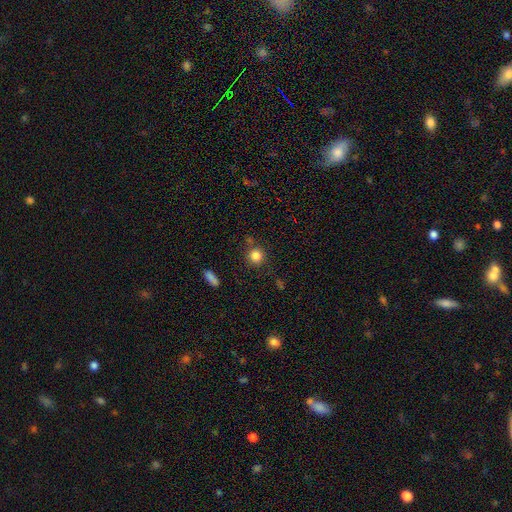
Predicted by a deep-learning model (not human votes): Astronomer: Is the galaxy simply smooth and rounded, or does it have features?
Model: smooth — 84%.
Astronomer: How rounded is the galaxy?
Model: round — 91%.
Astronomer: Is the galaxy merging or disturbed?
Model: none — 79%.